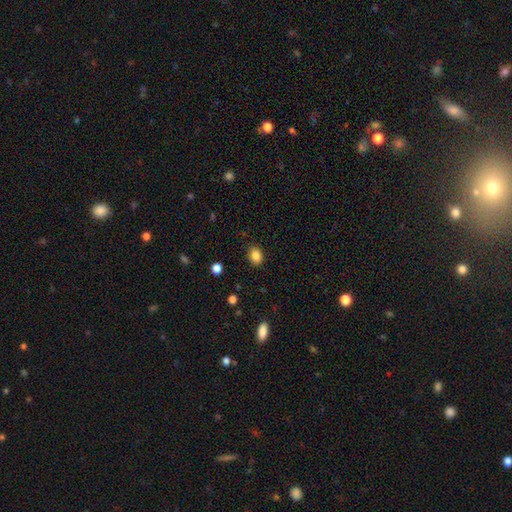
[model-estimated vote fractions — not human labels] smooth_or_featured: smooth (p=0.85) [alt: star or artifact p=0.10]
how_rounded: in between (p=0.63) [alt: round p=0.36]
merging: none (p=0.88) [alt: minor disturbance p=0.09]